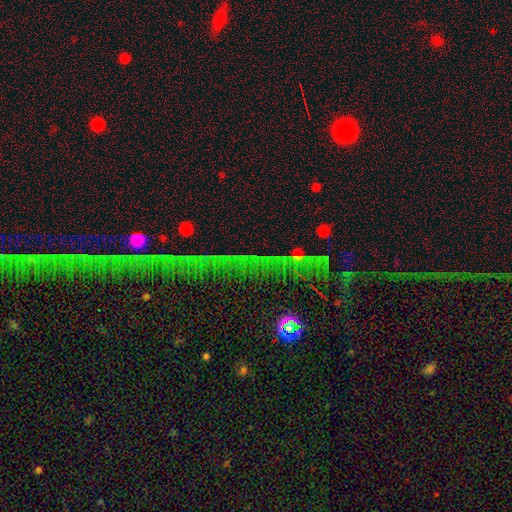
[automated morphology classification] type=star or artifact (73%).